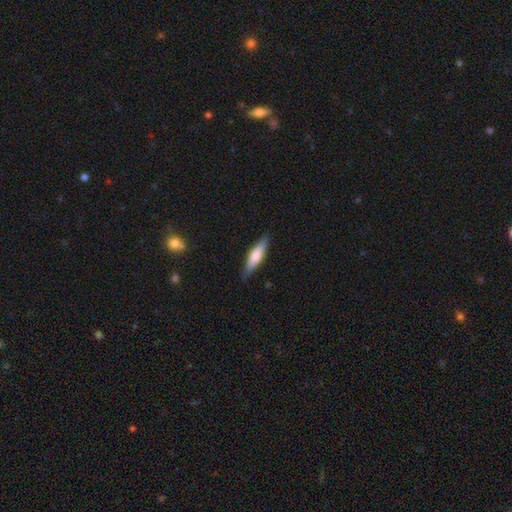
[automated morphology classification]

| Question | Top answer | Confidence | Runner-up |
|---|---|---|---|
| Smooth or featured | smooth | 66% | featured or disk (29%) |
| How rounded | cigar-shaped | 66% | in between (32%) |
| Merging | none | 84% | minor disturbance (12%) |